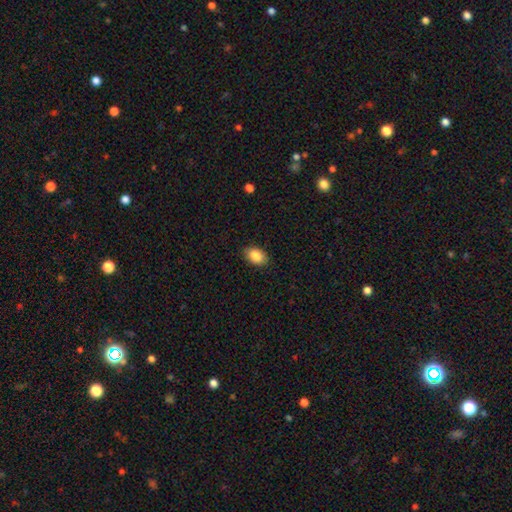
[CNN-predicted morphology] Q: Smooth or featured?
A: smooth (88%); runner-up: star or artifact (7%)
Q: How rounded?
A: in between (86%); runner-up: round (13%)
Q: Merging?
A: none (87%); runner-up: minor disturbance (10%)